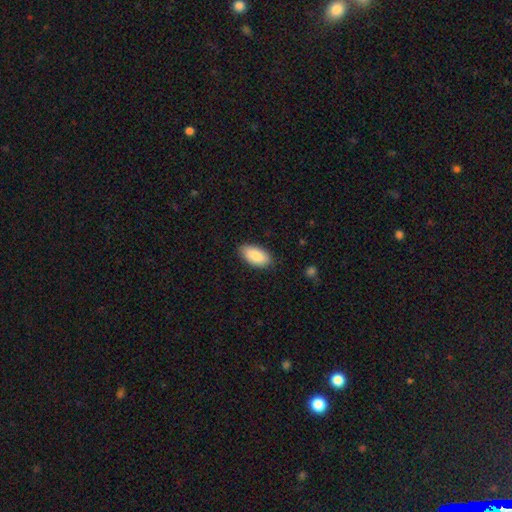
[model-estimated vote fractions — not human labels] Overall: smooth (87%). How rounded: in between (94%). Merging: none (85%).